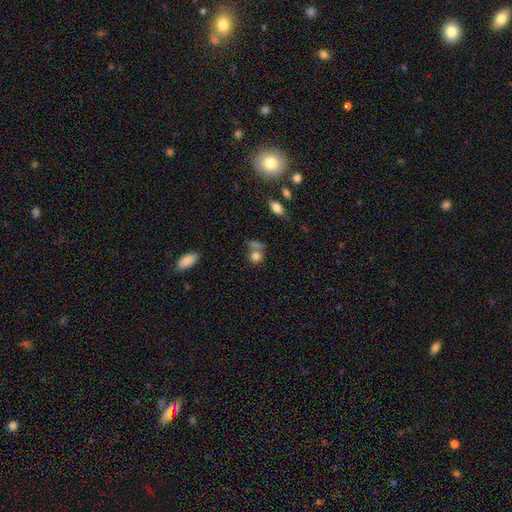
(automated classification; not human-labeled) Q: Smooth or featured?
A: smooth (75%); runner-up: star or artifact (14%)
Q: How rounded?
A: round (72%); runner-up: in between (26%)
Q: Merging?
A: none (50%); runner-up: merger (32%)